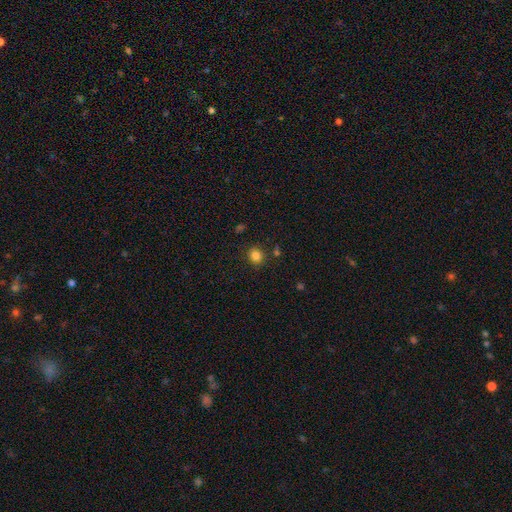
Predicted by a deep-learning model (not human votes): smooth-or-featured: smooth: 83% | star or artifact: 13% | featured or disk: 5%
  how-rounded: round: 80% | in between: 19% | cigar-shaped: 1%
  merging: none: 85% | minor disturbance: 9% | merger: 3% | major disturbance: 3%